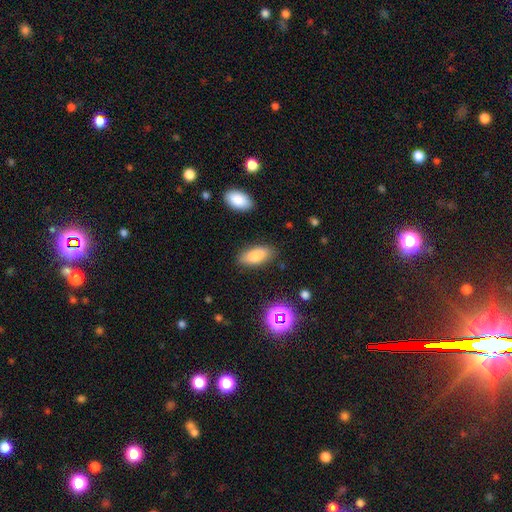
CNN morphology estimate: This is clearly a smooth galaxy (81%). How rounded: clearly in between (87%). Merging: clearly none (84%).